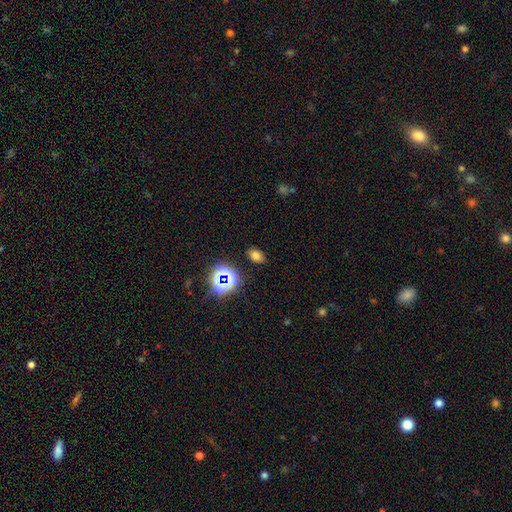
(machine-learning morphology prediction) smooth-or-featured: smooth: 68% | star or artifact: 23% | featured or disk: 8%
  how-rounded: in between: 82% | round: 16% | cigar-shaped: 2%
  merging: none: 85% | minor disturbance: 10% | major disturbance: 3% | merger: 2%